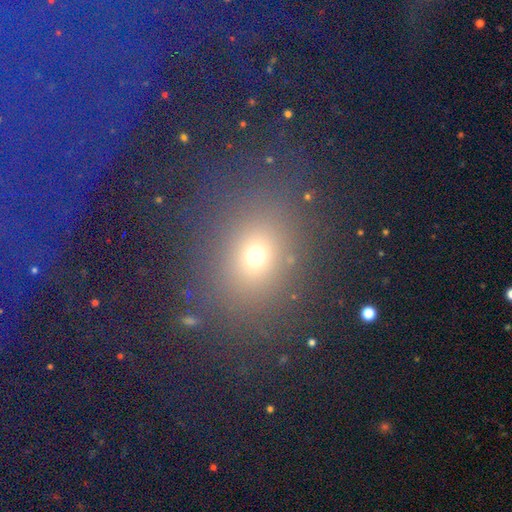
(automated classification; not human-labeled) The model was most divided on "how rounded": round: 60%, in between: 37%, cigar-shaped: 3%. More confident: merging — none (79%); smooth or featured — smooth (58%).